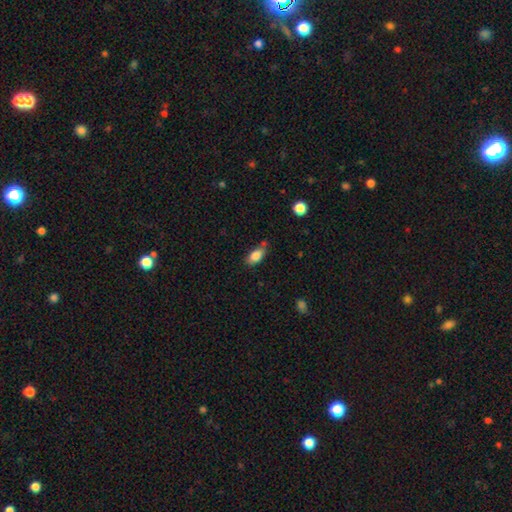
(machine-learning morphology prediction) Smooth or featured? smooth (83%)
How rounded? in between (87%)
Merging? none (60%)